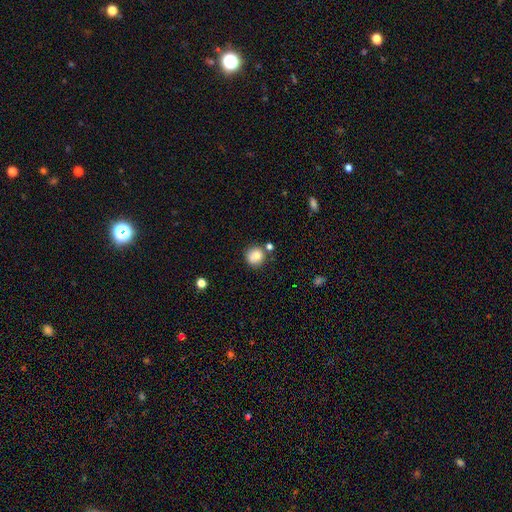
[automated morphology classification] Smooth or featured? Predicted: smooth (p=0.82). How rounded? Predicted: round (p=0.91). Merging? Predicted: none (p=0.74).